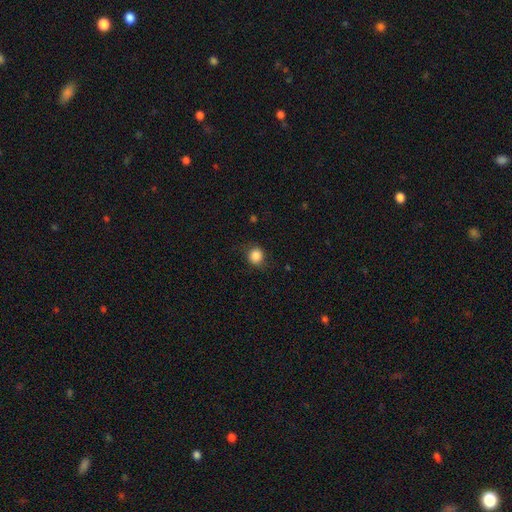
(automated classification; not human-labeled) Smooth or featured: smooth — 86% (star or artifact — 10%)
How rounded: round — 82% (in between — 17%)
Merging: none — 80% (minor disturbance — 15%)